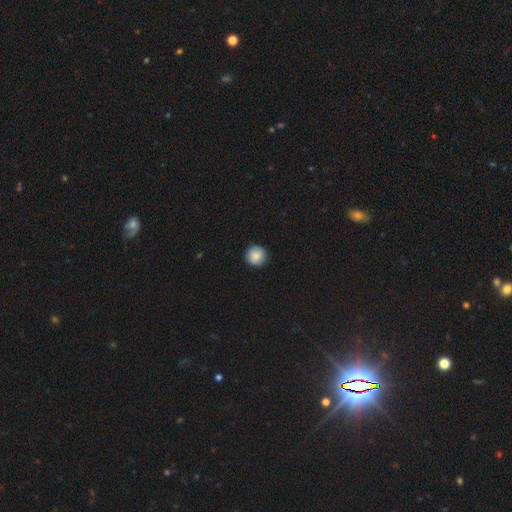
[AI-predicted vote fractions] Overall: smooth (87%). How rounded: round (95%). Merging: none (92%).